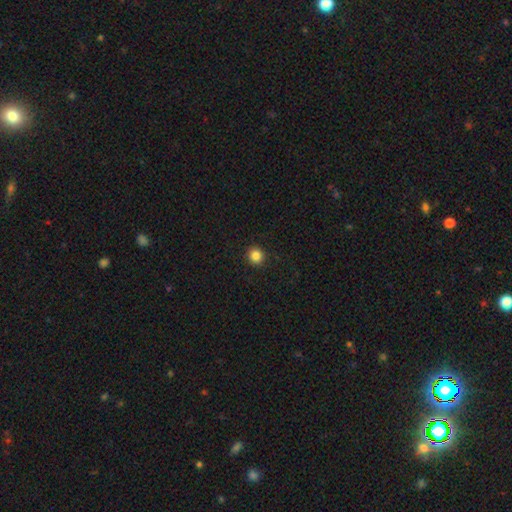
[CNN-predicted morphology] Smooth or featured? smooth (85%)
How rounded? round (91%)
Merging? none (92%)